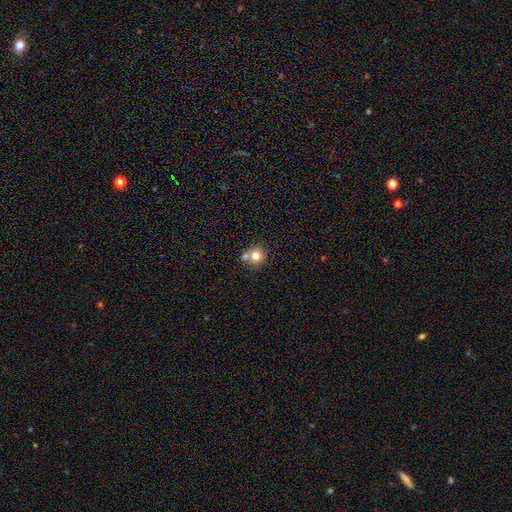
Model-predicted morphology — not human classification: Overall: smooth (77%). How rounded: round (86%). Merging: none (51%; merger 37%).